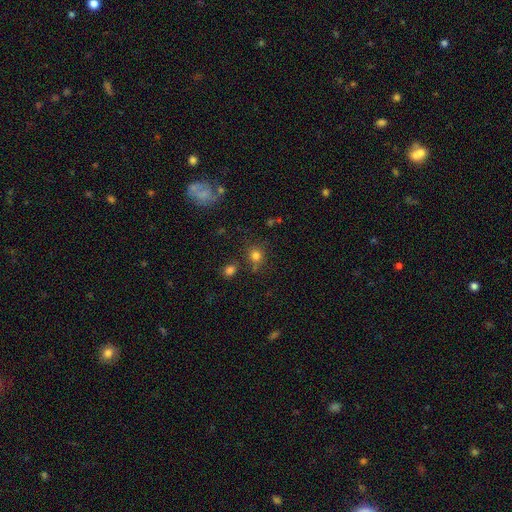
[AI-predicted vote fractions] Smooth or featured? smooth (78%)
How rounded? round (84%)
Merging? none (73%)